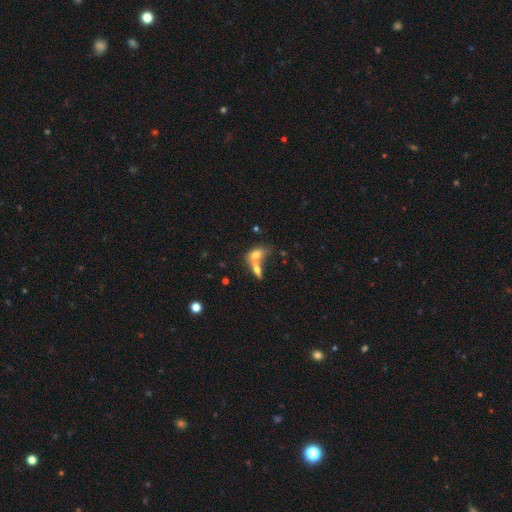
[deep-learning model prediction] The model was most divided on "merging": merger: 63%, none: 23%, minor disturbance: 8%, major disturbance: 6%. More confident: how rounded — in between (79%); smooth or featured — smooth (68%).